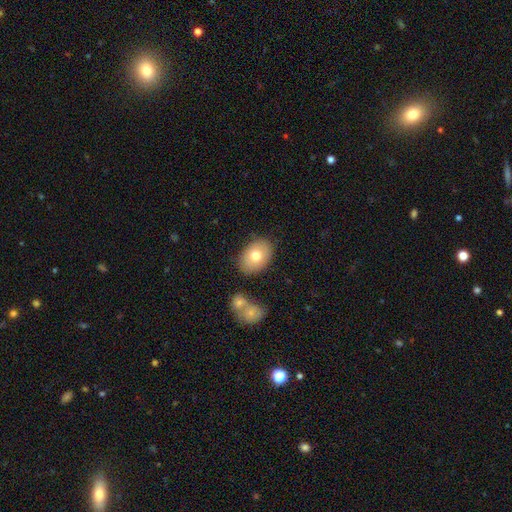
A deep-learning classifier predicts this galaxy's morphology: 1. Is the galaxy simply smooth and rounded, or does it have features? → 75% smooth, 17% featured or disk, 8% star or artifact.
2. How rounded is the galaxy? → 77% in between, 22% round, 1% cigar-shaped.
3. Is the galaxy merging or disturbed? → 80% none, 12% minor disturbance, 5% merger, 3% major disturbance.